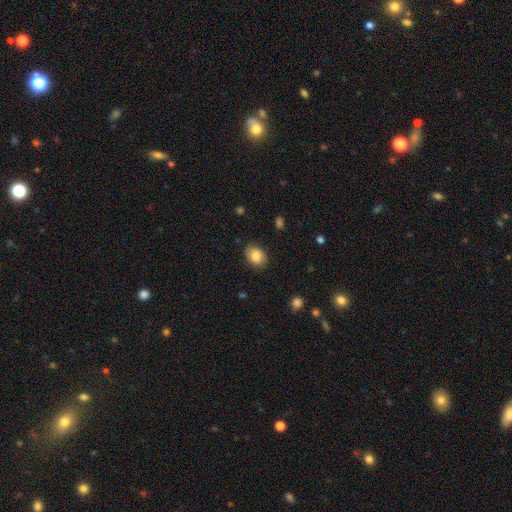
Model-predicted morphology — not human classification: This appears to be a smooth galaxy with no disk features (84%) that is in between round and cigar-shaped (67%). Merging: none (83%).